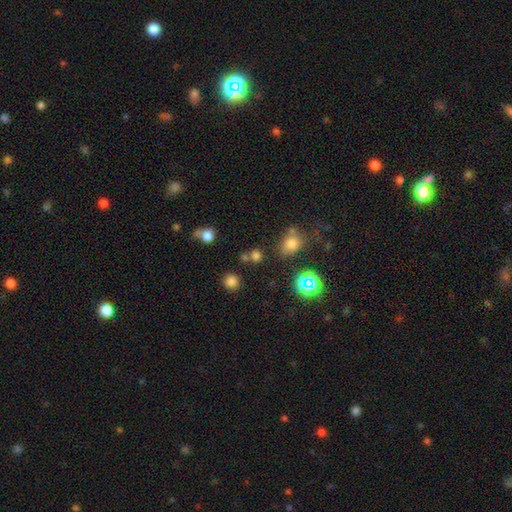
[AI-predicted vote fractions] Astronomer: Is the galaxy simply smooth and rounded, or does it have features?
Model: smooth — 67%.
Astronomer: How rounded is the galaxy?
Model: round — 78%.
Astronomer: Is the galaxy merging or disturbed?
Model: none — 68%.